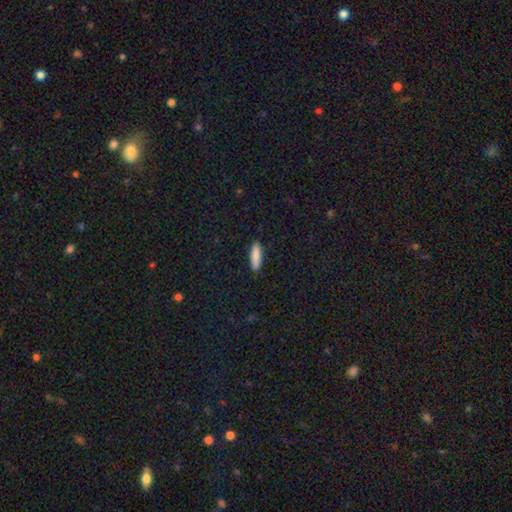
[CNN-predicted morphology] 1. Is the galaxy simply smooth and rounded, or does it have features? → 87% smooth, 6% featured or disk, 6% star or artifact.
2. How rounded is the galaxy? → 64% cigar-shaped, 34% in between, 2% round.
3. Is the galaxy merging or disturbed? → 89% none, 8% minor disturbance, 2% major disturbance, 1% merger.